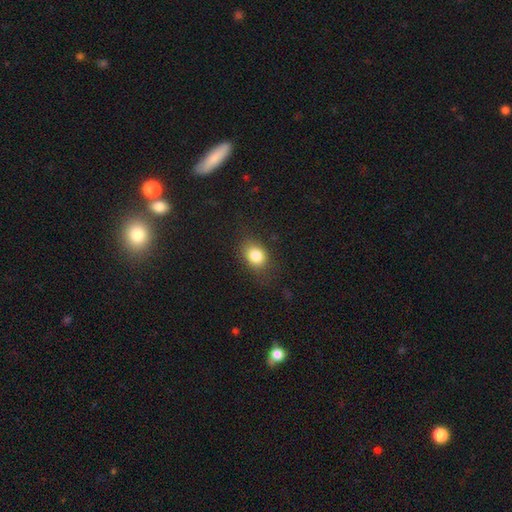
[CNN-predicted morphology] Q: Smooth or featured?
A: smooth (82%); runner-up: star or artifact (10%)
Q: How rounded?
A: in between (55%); runner-up: round (44%)
Q: Merging?
A: none (75%); runner-up: minor disturbance (17%)